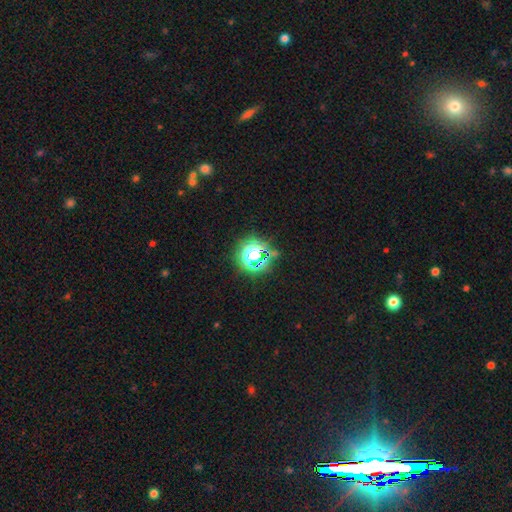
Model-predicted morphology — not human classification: smooth-or-featured: star or artifact: 65% | smooth: 25% | featured or disk: 10%